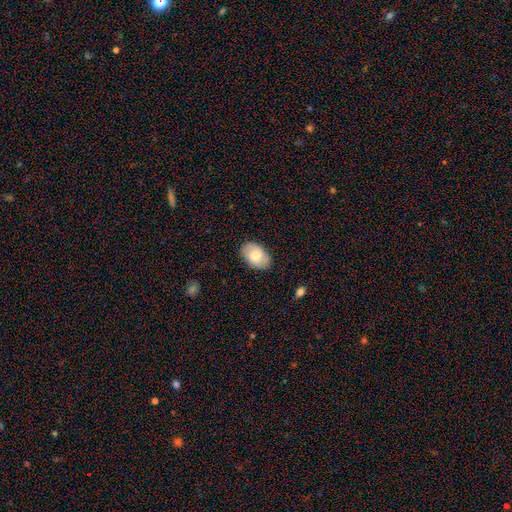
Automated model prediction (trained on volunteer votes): Q: Smooth or featured?
A: smooth (72%); runner-up: featured or disk (21%)
Q: How rounded?
A: in between (89%); runner-up: round (10%)
Q: Merging?
A: none (82%); runner-up: minor disturbance (14%)